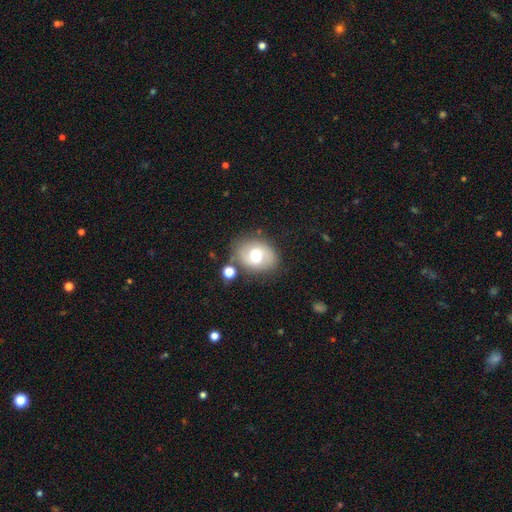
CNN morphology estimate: Q: Smooth or featured?
A: smooth (59%); runner-up: featured or disk (33%)
Q: How rounded?
A: in between (55%); runner-up: round (44%)
Q: Merging?
A: none (73%); runner-up: minor disturbance (16%)